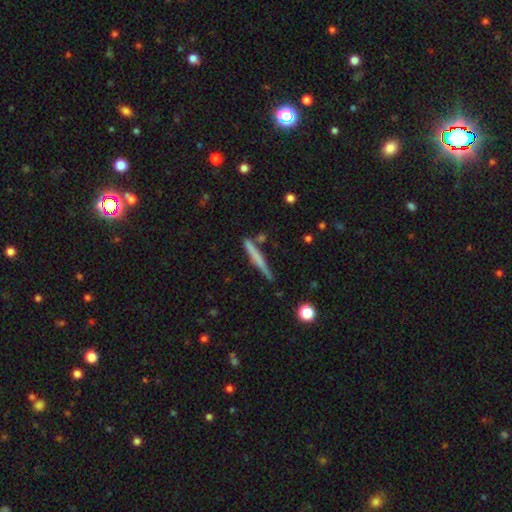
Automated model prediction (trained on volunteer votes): smooth_or_featured: smooth (p=0.56) [alt: featured or disk p=0.38]
how_rounded: cigar-shaped (p=0.96) [alt: in between p=0.03]
merging: none (p=0.80) [alt: minor disturbance p=0.13]